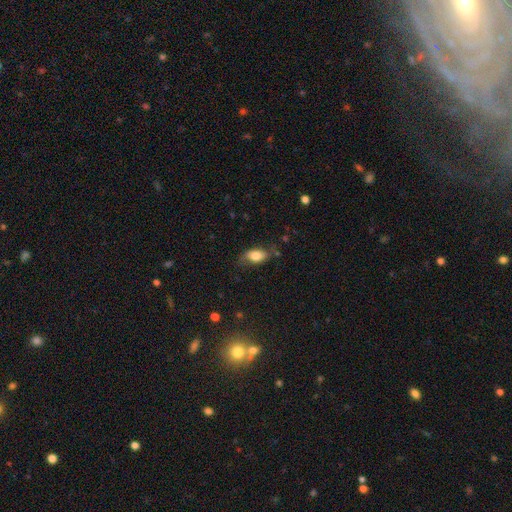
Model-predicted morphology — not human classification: The model was most divided on "merging": none: 63%, minor disturbance: 26%, major disturbance: 9%, merger: 2%. More confident: how rounded — in between (88%); smooth or featured — smooth (74%).